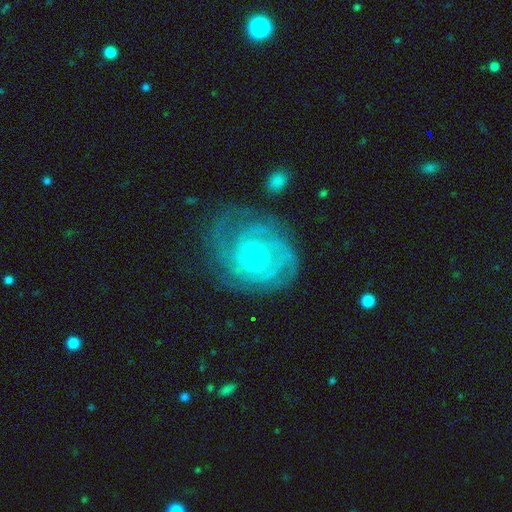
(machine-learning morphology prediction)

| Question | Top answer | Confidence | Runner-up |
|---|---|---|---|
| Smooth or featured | featured or disk | 83% | smooth (11%) |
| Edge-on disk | no | 98% | yes (2%) |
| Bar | no | 68% | weak (27%) |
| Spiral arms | yes | 94% | no (6%) |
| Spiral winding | tight | 71% | medium (24%) |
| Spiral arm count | can't tell | 33% | 3 (22%) |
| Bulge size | small | 79% | moderate (16%) |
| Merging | none | 69% | minor disturbance (19%) |